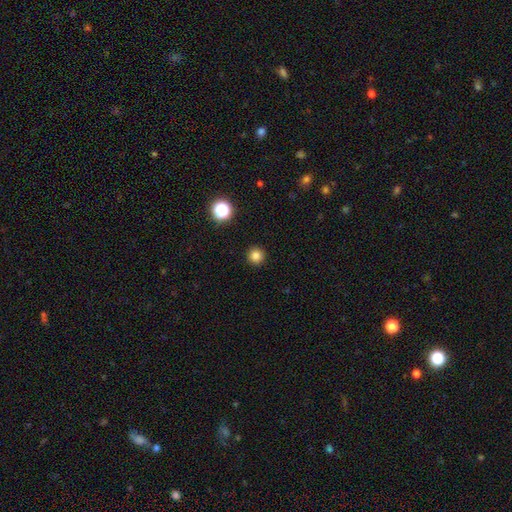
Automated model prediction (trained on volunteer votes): smooth-or-featured: smooth: 82% | star or artifact: 14% | featured or disk: 5%
  how-rounded: round: 96% | in between: 3% | cigar-shaped: 1%
  merging: none: 93% | minor disturbance: 4% | major disturbance: 2% | merger: 1%